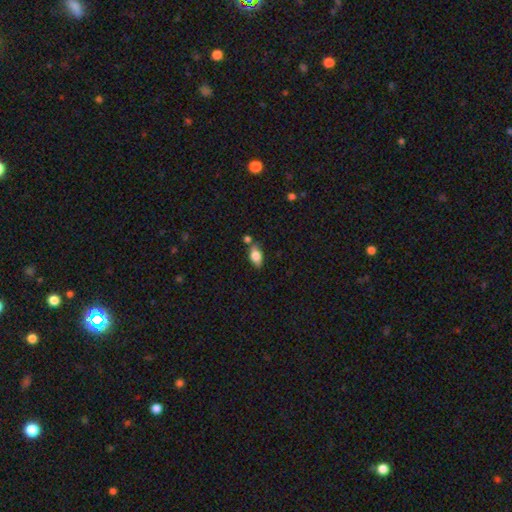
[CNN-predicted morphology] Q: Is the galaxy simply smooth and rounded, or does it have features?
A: smooth — 77%.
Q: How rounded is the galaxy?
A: in between — 87%.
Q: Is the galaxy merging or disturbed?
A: none — 66%.